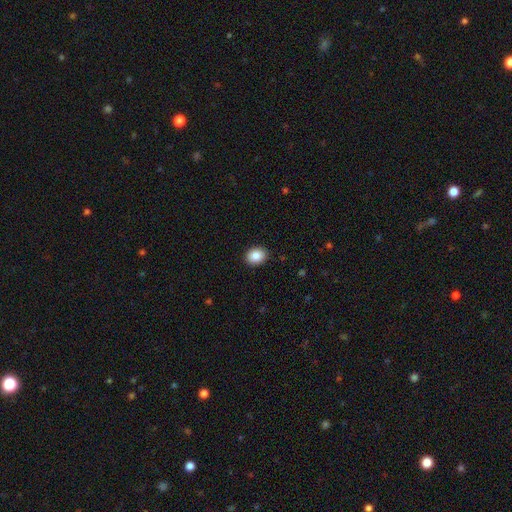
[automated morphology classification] Smooth or featured? smooth (87%)
How rounded? in between (50%)
Merging? none (91%)